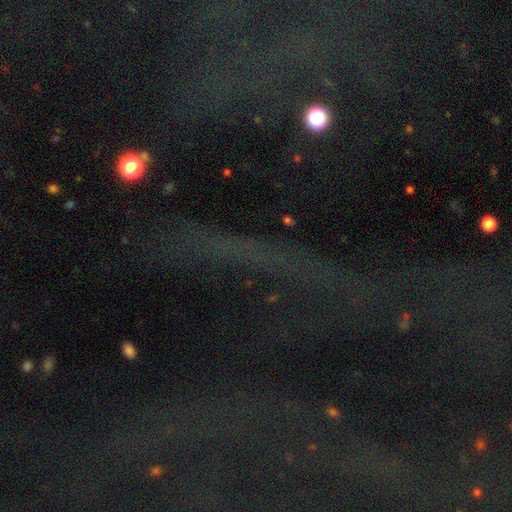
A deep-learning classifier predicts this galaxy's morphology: This is likely a star or artifact rather than a galaxy (68%).